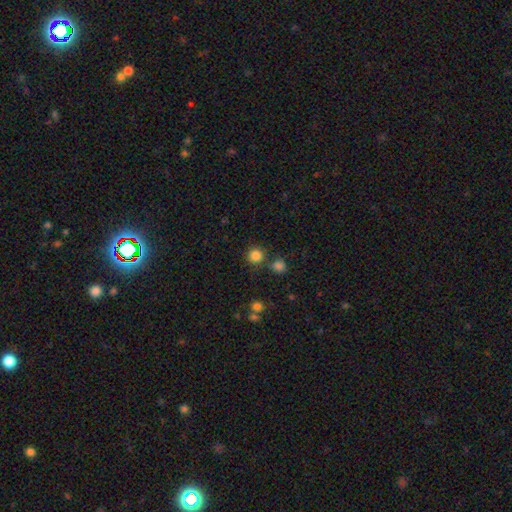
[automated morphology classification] Smooth or featured?
  - smooth: 83% *
  - star or artifact: 12%
  - featured or disk: 4%
How rounded?
  - round: 93% *
  - in between: 6%
  - cigar-shaped: 1%
Merging?
  - none: 78% *
  - merger: 11%
  - minor disturbance: 8%
  - major disturbance: 3%